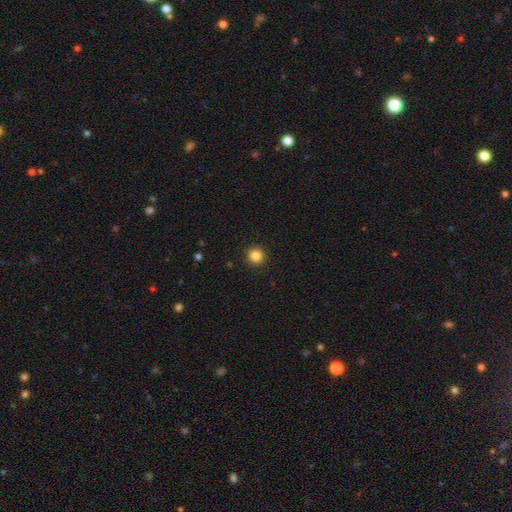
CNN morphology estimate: The model was most divided on "smooth or featured": smooth: 84%, star or artifact: 11%, featured or disk: 4%. More confident: how rounded — round (95%); merging — none (93%).